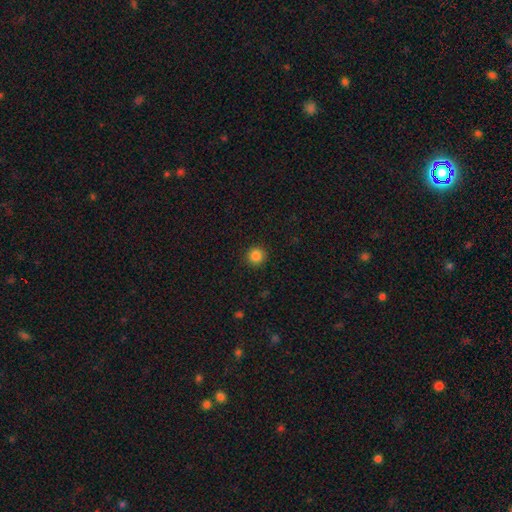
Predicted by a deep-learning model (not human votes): A smooth galaxy with no disk features (85%) that is round (94%). Merging: none (92%).